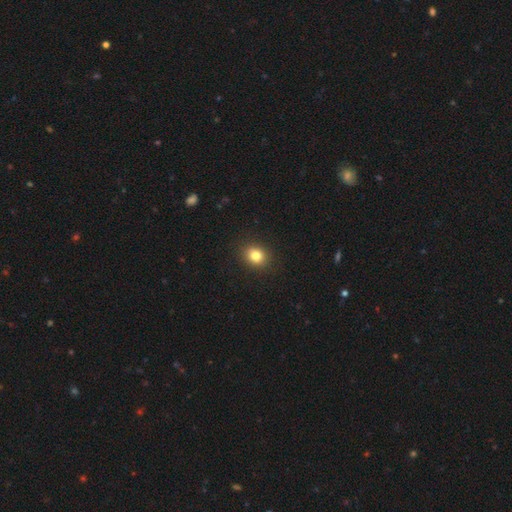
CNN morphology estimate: type=smooth (82%); roundness=round (59%); merging=none (89%).